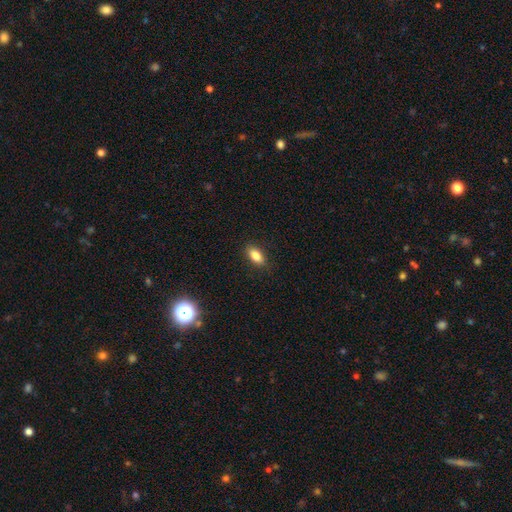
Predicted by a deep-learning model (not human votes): This is clearly a smooth galaxy (83%). How rounded: clearly in between (86%). Merging: clearly none (88%).